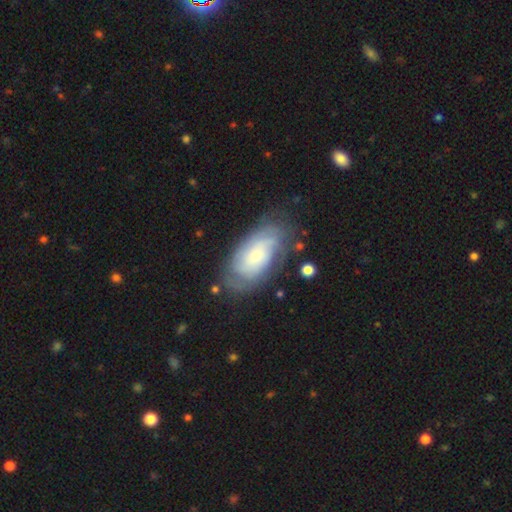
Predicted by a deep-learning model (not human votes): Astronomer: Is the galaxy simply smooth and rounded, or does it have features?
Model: featured or disk — 64%.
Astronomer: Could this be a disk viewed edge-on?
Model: no — 93%.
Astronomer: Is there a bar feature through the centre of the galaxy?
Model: no — 73%.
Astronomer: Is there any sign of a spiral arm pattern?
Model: yes — 86%.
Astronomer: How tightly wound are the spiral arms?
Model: tight — 59%.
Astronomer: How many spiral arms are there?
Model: can't tell — 49% (runner-up: 2, 26%).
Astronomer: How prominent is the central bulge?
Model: small — 58%.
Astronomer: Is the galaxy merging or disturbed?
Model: none — 68%.